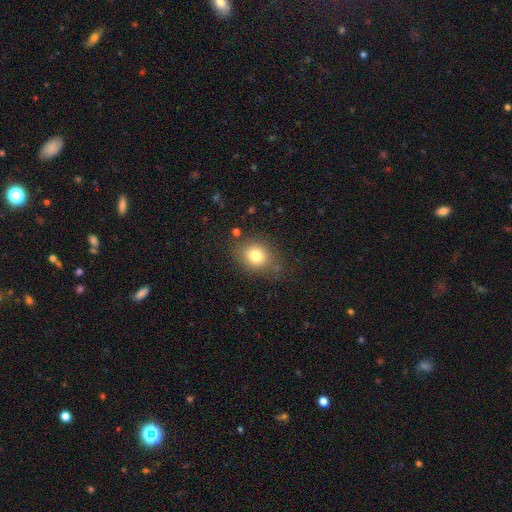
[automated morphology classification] Smooth or featured? Predicted: smooth (p=0.79). How rounded? Predicted: round (p=0.60). Merging? Predicted: none (p=0.77).